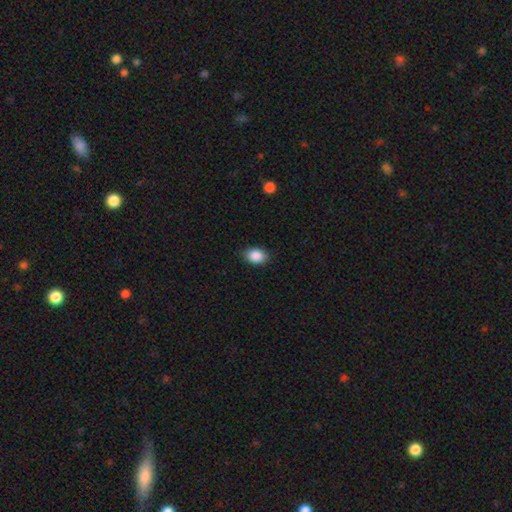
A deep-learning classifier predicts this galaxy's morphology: Smooth or featured?
  - smooth: 89% *
  - star or artifact: 8%
  - featured or disk: 3%
How rounded?
  - in between: 72% *
  - round: 27%
  - cigar-shaped: 1%
Merging?
  - none: 85% *
  - minor disturbance: 11%
  - major disturbance: 2%
  - merger: 1%